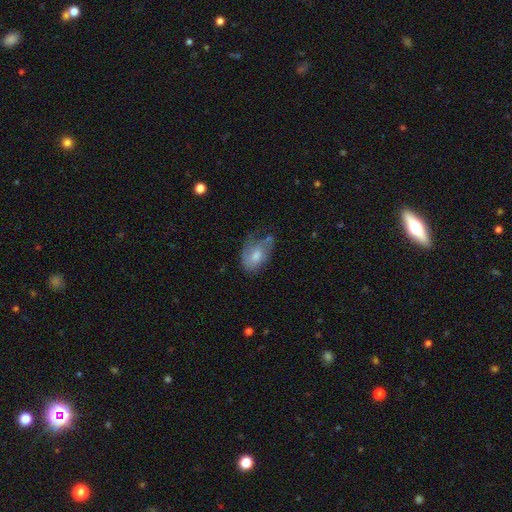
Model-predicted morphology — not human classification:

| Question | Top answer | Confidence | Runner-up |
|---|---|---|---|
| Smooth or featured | smooth | 47% | featured or disk (45%) |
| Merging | none | 37% | minor disturbance (34%) |